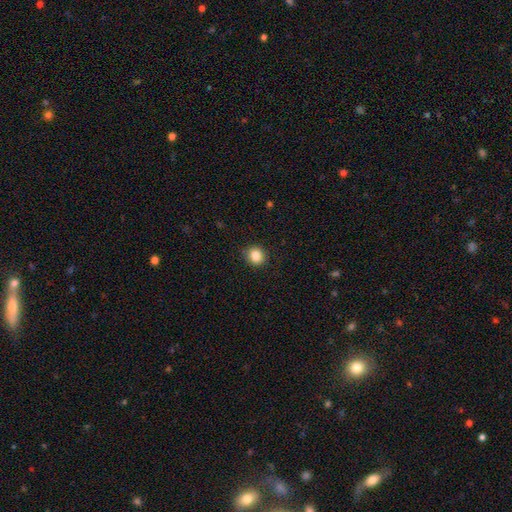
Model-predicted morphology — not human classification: This is clearly a smooth galaxy (85%). How rounded: clearly round (84%). Merging: clearly none (89%).